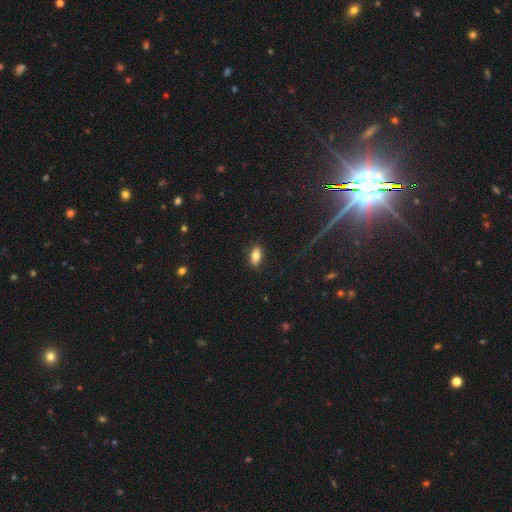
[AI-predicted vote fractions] Smooth or featured: smooth — 79% (featured or disk — 12%)
How rounded: in between — 89% (cigar-shaped — 6%)
Merging: none — 86% (minor disturbance — 10%)